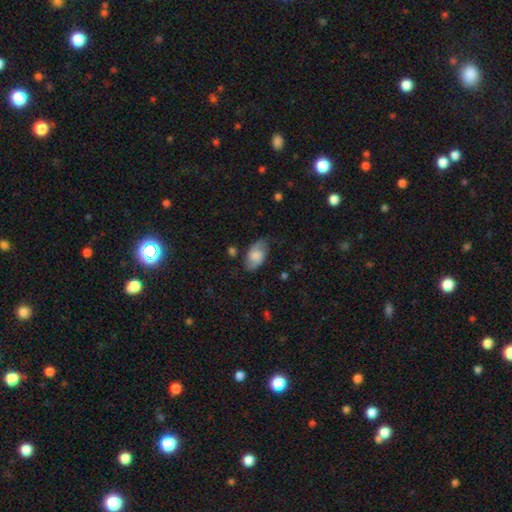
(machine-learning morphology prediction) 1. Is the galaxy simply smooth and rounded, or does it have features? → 47% featured or disk, 45% smooth, 8% star or artifact.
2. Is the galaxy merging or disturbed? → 74% none, 19% minor disturbance, 6% major disturbance, 2% merger.